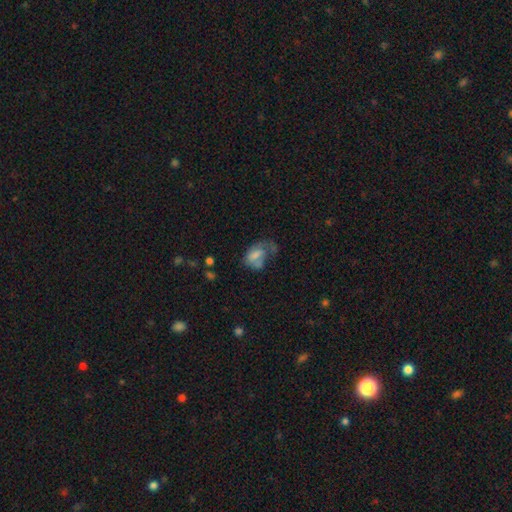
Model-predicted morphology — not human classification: smooth-or-featured: smooth: 57% | featured or disk: 33% | star or artifact: 10%
  how-rounded: in between: 86% | round: 12% | cigar-shaped: 2%
  merging: major disturbance: 46% | minor disturbance: 23% | none: 22% | merger: 10%